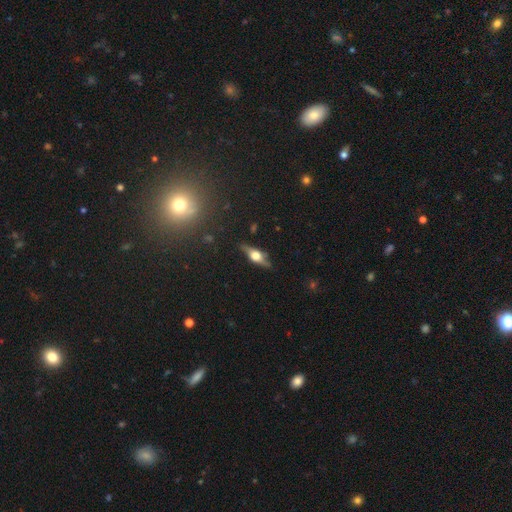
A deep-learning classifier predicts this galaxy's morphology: A featured or disk galaxy (67%) viewed edge-on (93%) with a rounded central bulge (92%). Merging: none (82%).